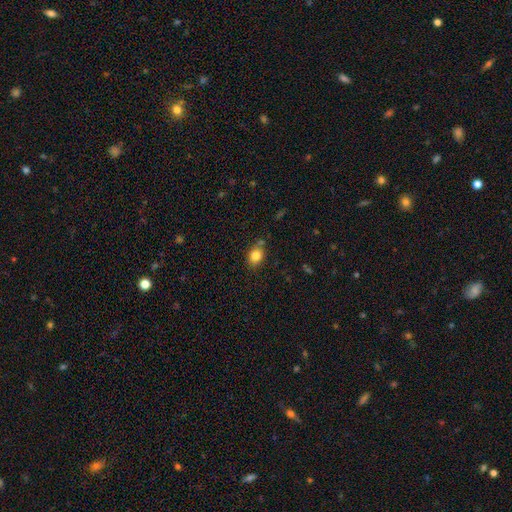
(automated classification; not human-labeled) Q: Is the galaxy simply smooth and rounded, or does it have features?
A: smooth — 83%.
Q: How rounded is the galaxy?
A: in between — 56%.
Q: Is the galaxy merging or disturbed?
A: none — 75%.